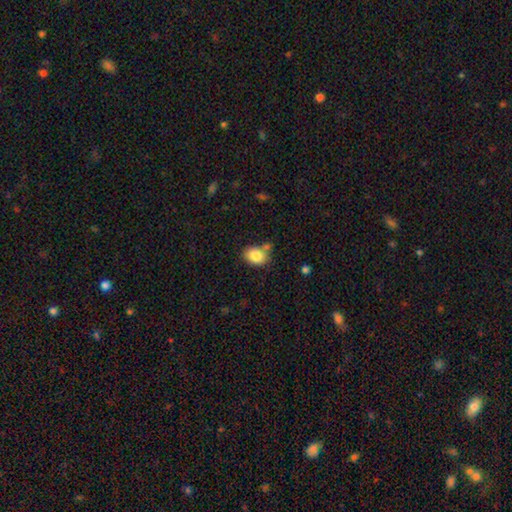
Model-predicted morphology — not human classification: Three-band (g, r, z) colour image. It shows a smooth galaxy with no disk features (85%) that is in between round and cigar-shaped (68%). Merging: none (62%).